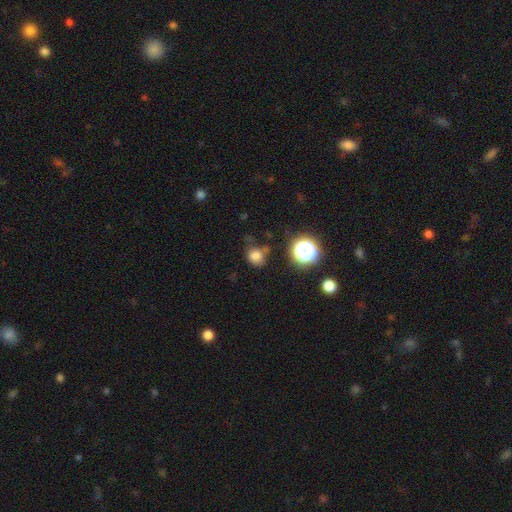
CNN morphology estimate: This is likely a smooth galaxy (77%). How rounded: likely round (76%). Merging: likely none (65%).